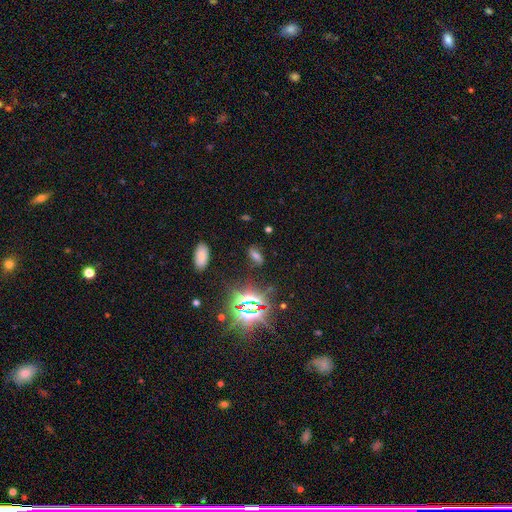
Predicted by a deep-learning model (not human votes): Smooth or featured? smooth (48%)
Merging? none (79%)